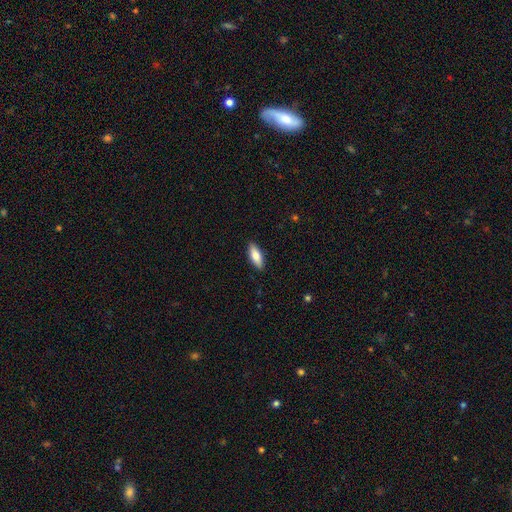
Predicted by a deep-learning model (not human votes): The model was most divided on "how rounded": in between: 65%, cigar-shaped: 33%, round: 2%. More confident: merging — none (89%); smooth or featured — smooth (75%).